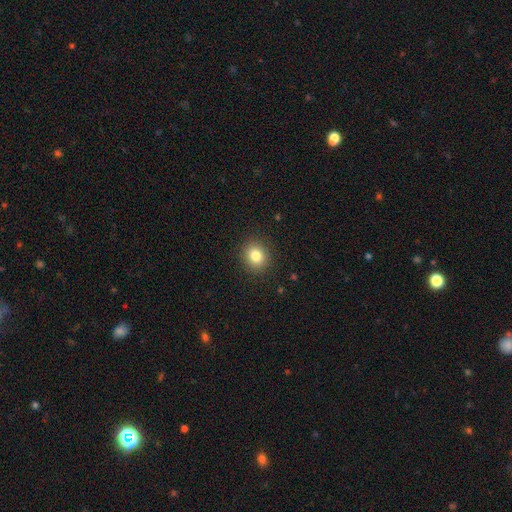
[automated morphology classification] A smooth galaxy with no disk features (82%) that is round (76%).

Vote fractions:
- Smooth or featured? smooth: 82% / star or artifact: 11% / featured or disk: 7%
- How rounded? round: 76% / in between: 23% / cigar-shaped: 1%
- Merging? none: 90% / minor disturbance: 7% / major disturbance: 2% / merger: 1%